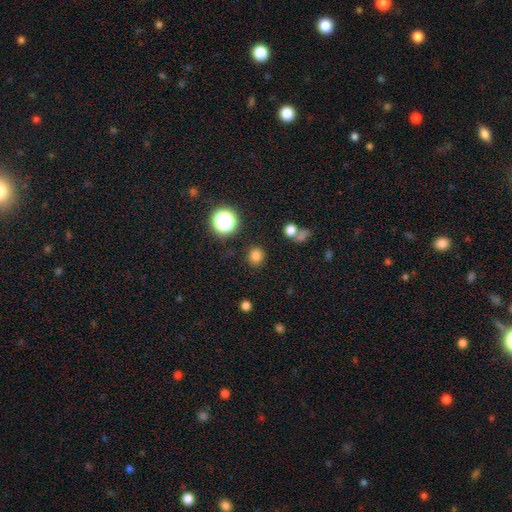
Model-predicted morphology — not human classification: A smooth galaxy with no disk features (79%) that is round (84%). Merging: none (86%).